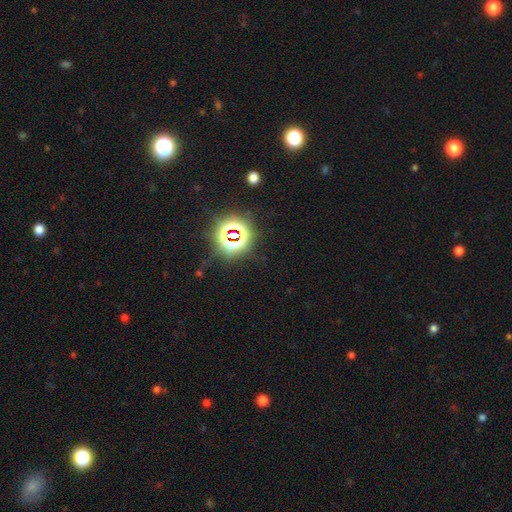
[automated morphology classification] Overall: star or artifact (79%).